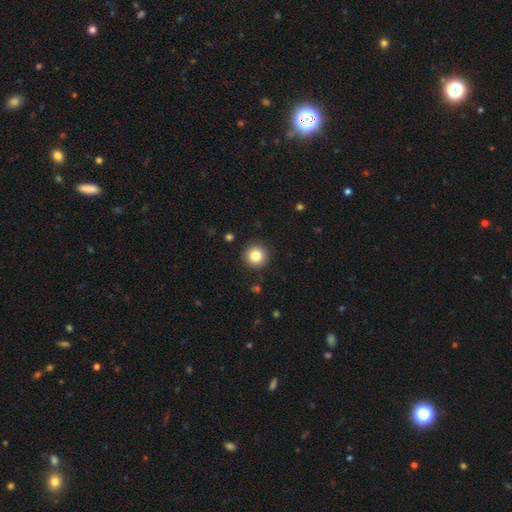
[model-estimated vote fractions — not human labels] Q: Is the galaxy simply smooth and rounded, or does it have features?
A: smooth — 83%.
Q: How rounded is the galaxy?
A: round — 95%.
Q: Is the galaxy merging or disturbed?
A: none — 92%.